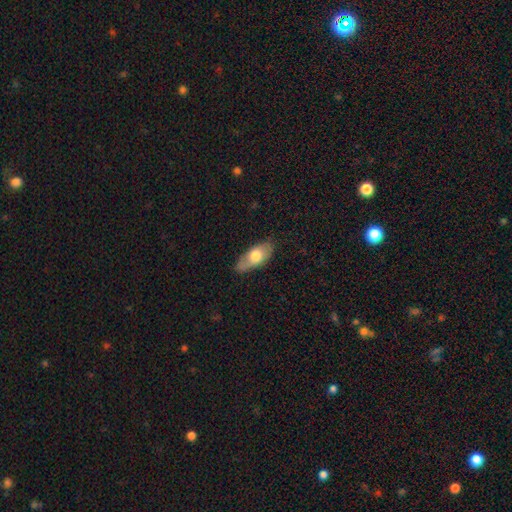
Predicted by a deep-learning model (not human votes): This appears to be a smooth galaxy with no disk features (66%) that is in between round and cigar-shaped (85%). Merging: none (77%).